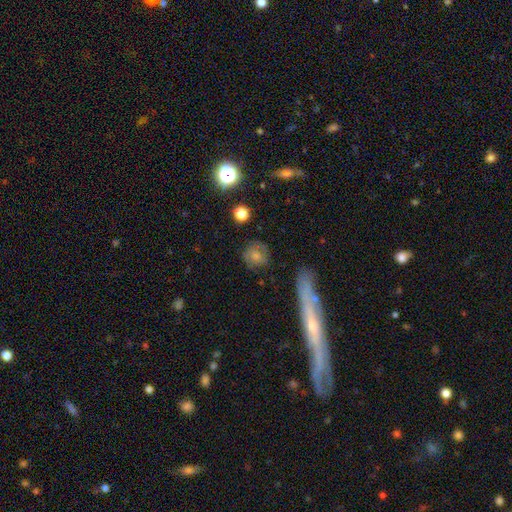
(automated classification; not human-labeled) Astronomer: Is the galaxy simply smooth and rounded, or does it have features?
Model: smooth — 69%.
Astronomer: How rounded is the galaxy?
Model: round — 81%.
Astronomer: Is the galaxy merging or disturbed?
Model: none — 73%.